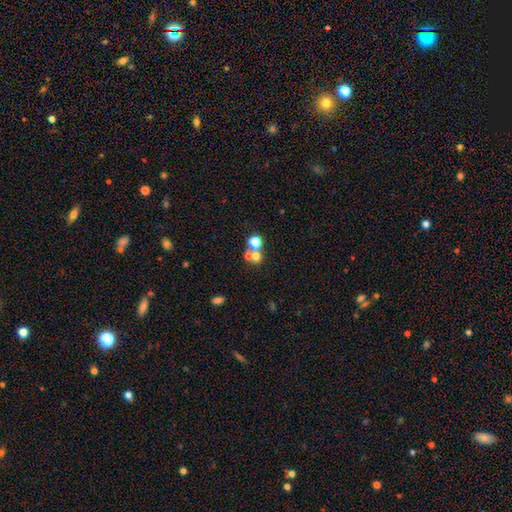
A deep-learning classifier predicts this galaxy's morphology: Smooth or featured: smooth — 62% (star or artifact — 21%)
How rounded: round — 82% (in between — 17%)
Merging: merger — 46% (none — 44%)